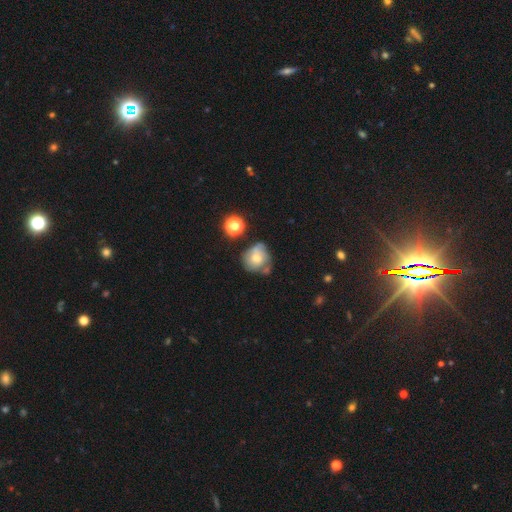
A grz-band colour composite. It shows a smooth galaxy with no disk features (63%) that is round (62%). Merging: minor disturbance (43%).